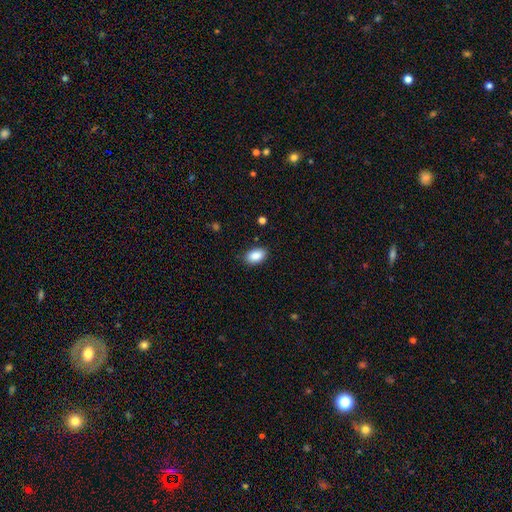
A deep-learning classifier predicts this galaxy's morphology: This is clearly a smooth galaxy (89%). How rounded: clearly in between (92%). Merging: clearly none (85%).